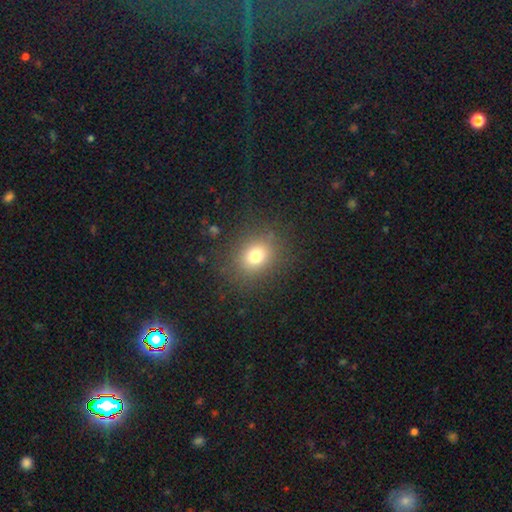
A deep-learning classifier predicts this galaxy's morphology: Smooth or featured? smooth (75%)
How rounded? round (61%)
Merging? none (85%)